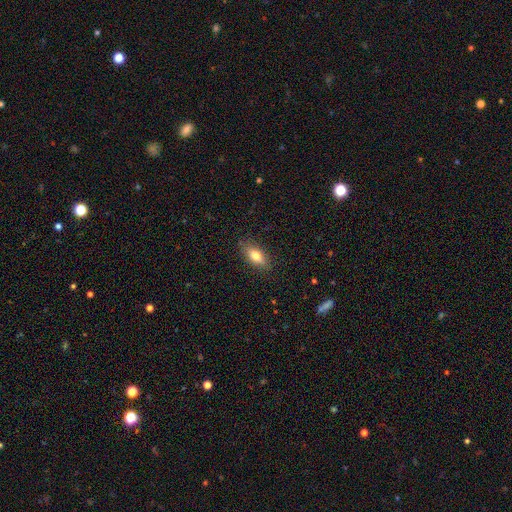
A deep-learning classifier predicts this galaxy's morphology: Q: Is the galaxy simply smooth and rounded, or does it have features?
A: smooth — 73%.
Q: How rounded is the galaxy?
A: in between — 78%.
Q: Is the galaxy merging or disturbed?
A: none — 86%.